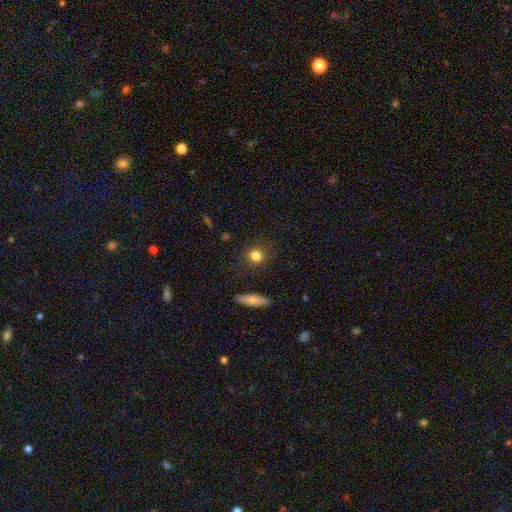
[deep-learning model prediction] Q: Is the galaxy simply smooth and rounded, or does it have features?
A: smooth — 84%.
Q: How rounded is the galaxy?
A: round — 86%.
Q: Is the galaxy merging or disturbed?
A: none — 86%.